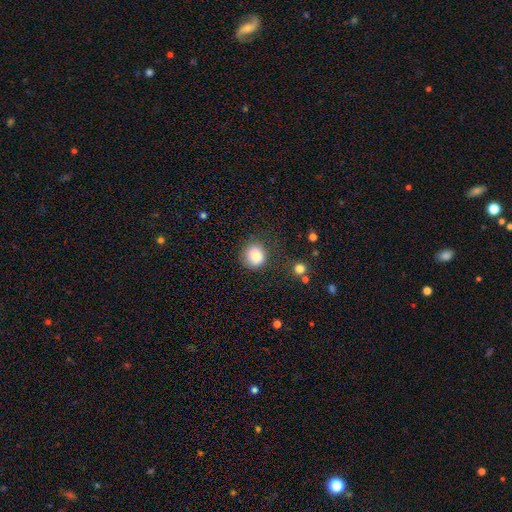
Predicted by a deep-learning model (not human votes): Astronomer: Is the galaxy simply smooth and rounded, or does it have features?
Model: smooth — 85%.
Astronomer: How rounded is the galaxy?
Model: round — 80%.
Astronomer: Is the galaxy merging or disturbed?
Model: none — 76%.